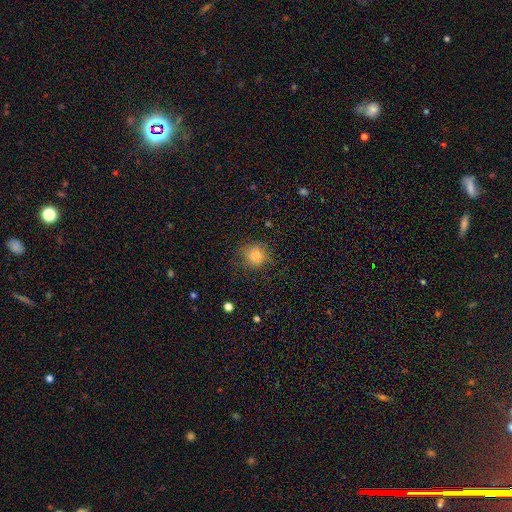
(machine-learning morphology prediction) type=smooth (83%); roundness=round (82%); merging=none (73%).